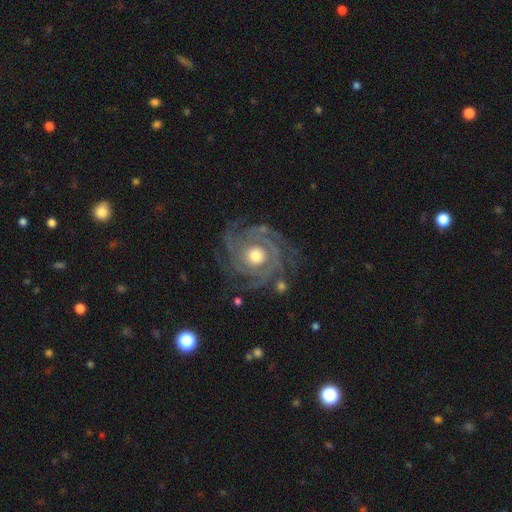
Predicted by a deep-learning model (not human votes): Smooth or featured: featured or disk — 89% (smooth — 5%)
Edge-on disk: no — 98% (yes — 2%)
Bar: no — 82% (weak — 14%)
Spiral arms: yes — 97% (no — 3%)
Spiral winding: tight — 71% (medium — 24%)
Spiral arm count: 3 — 24% (4 — 21%)
Bulge size: moderate — 67% (large — 20%)
Merging: none — 73% (minor disturbance — 16%)